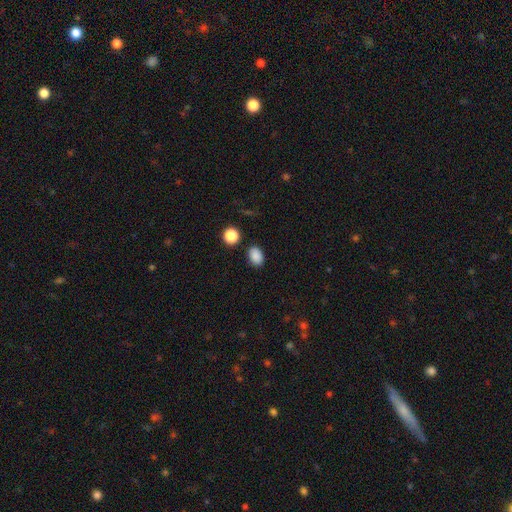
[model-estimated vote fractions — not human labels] This is clearly a smooth galaxy (87%). How rounded: clearly in between (82%). Merging: clearly none (86%).